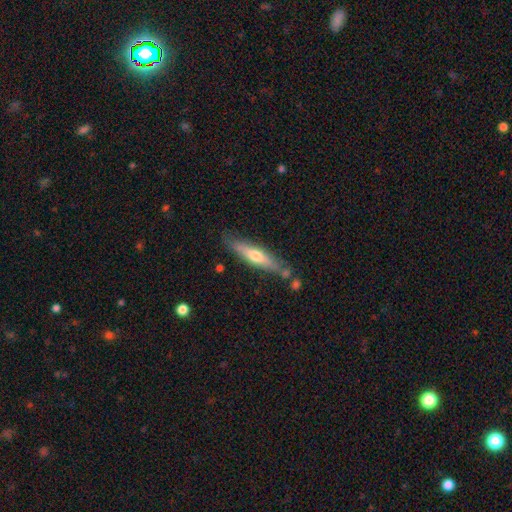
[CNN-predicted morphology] This is possibly a featured or disk galaxy (48%). Merging: likely none (76%).